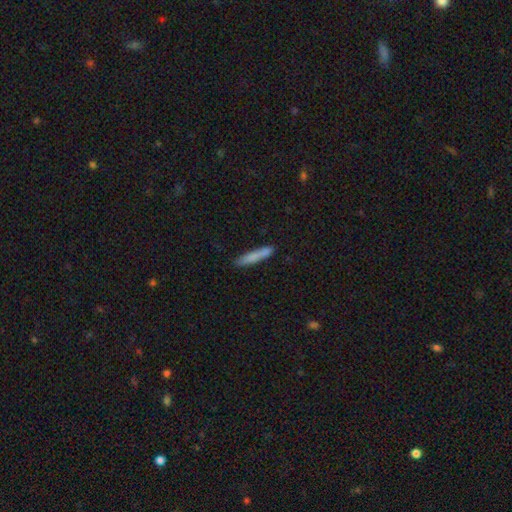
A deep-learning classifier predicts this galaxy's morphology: This appears to be a smooth galaxy with no disk features (79%) that is cigar-shaped (93%). Merging: none (83%).